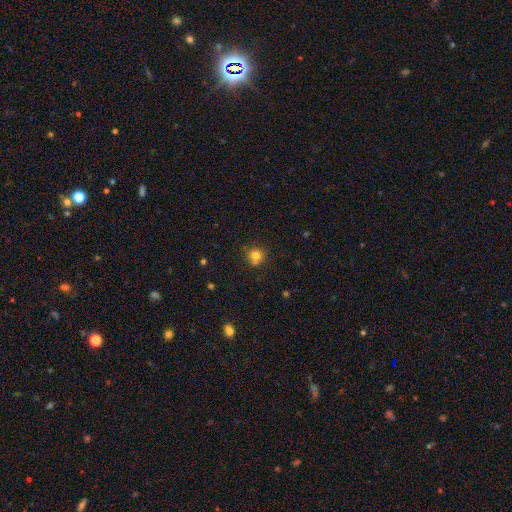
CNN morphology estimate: A smooth galaxy with no disk features (77%) that is round (87%).

Vote fractions:
- Smooth or featured? smooth: 77% / star or artifact: 13% / featured or disk: 10%
- How rounded? round: 87% / in between: 12% / cigar-shaped: 1%
- Merging? none: 65% / merger: 18% / minor disturbance: 14% / major disturbance: 4%